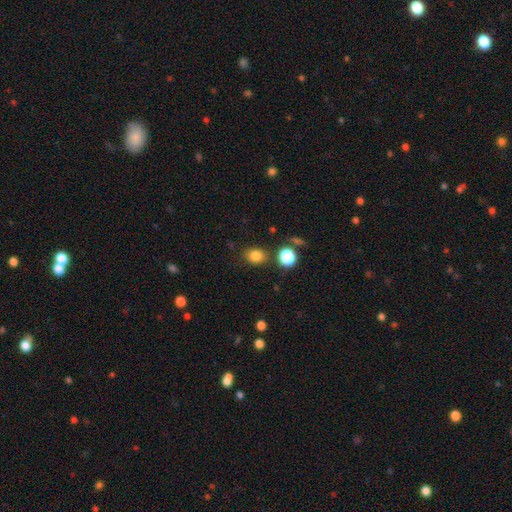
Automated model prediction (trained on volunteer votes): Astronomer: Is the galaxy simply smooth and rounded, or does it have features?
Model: smooth — 82%.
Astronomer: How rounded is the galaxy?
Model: round — 52% (runner-up: in between, 47%).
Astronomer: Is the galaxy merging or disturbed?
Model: none — 80%.